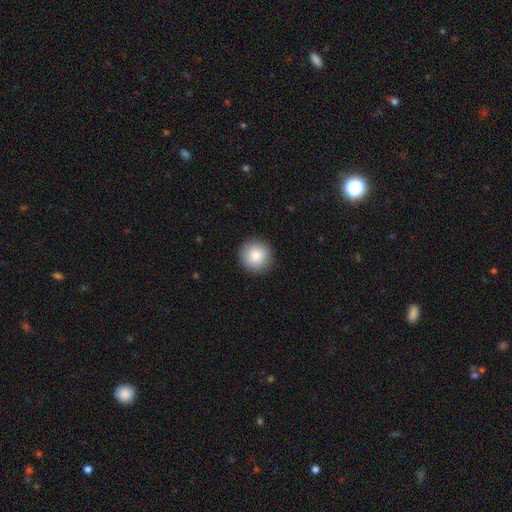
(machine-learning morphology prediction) Smooth or featured: smooth — 87% (star or artifact — 8%)
How rounded: round — 95% (in between — 5%)
Merging: none — 92% (minor disturbance — 5%)